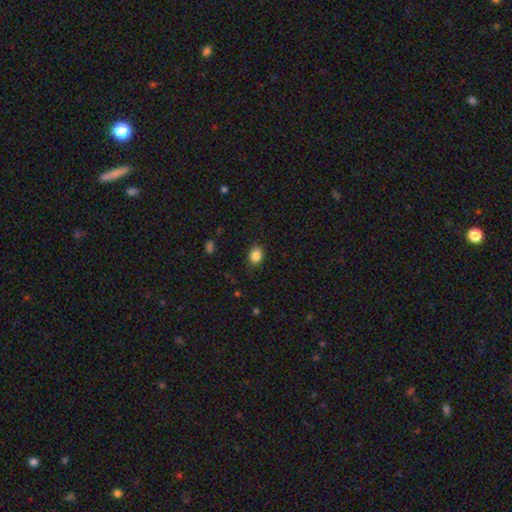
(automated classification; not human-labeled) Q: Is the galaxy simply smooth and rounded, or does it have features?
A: smooth — 85%.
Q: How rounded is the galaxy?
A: round — 54%.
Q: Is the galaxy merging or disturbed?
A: none — 85%.